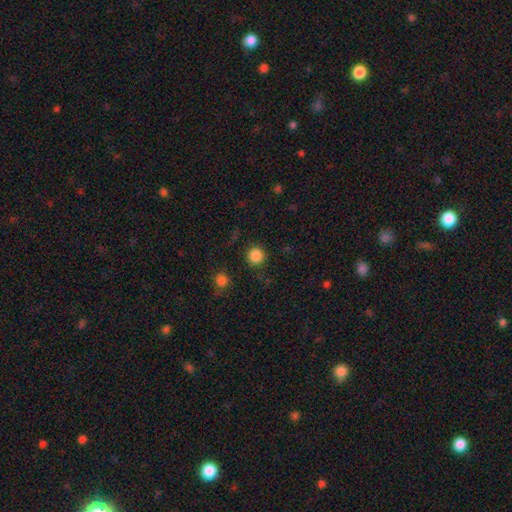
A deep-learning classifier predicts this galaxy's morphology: smooth 85%, star or artifact 11%, featured or disk 3%. Down the decision tree: how rounded — round (95%); merging — none (89%).